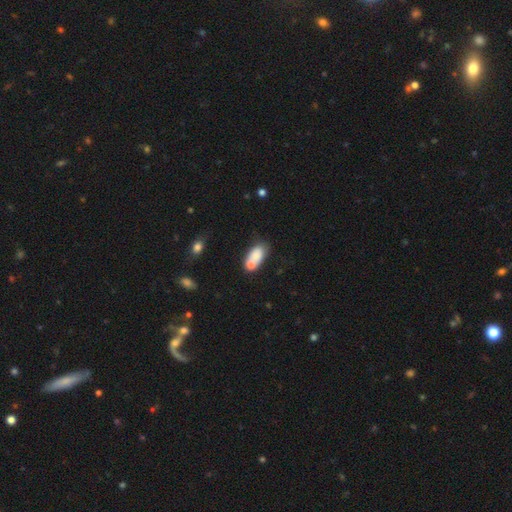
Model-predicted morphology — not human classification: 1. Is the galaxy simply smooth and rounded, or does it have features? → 74% smooth, 18% featured or disk, 8% star or artifact.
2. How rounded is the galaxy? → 86% in between, 9% round, 5% cigar-shaped.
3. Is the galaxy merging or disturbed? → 48% merger, 32% none, 14% minor disturbance, 6% major disturbance.